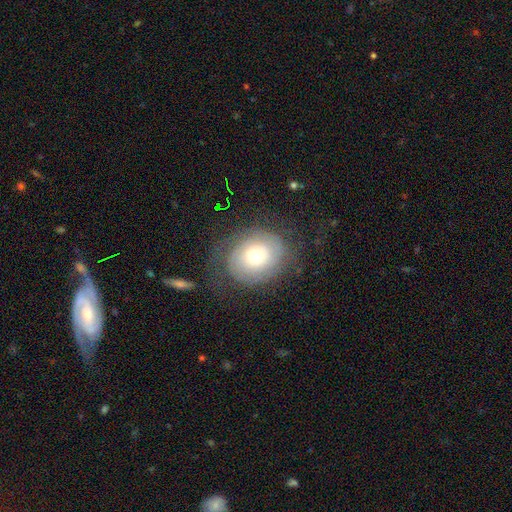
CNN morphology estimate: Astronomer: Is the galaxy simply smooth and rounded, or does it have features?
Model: smooth — 46% (runner-up: featured or disk, 43%).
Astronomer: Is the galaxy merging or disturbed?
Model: none — 63%.